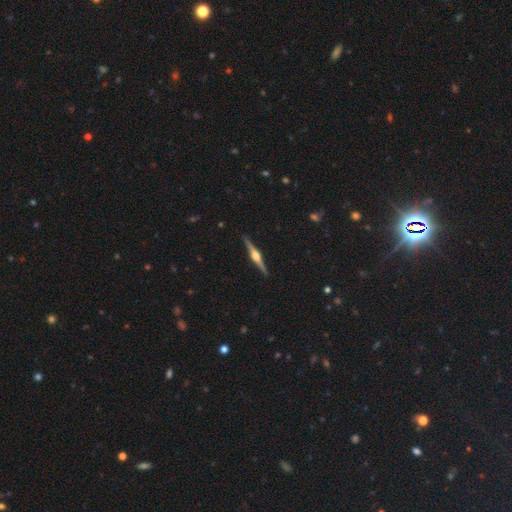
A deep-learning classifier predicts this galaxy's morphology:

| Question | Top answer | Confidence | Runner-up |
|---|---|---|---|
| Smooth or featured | featured or disk | 85% | smooth (10%) |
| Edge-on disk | yes | 99% | no (1%) |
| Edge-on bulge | rounded | 95% | boxy (3%) |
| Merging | none | 92% | minor disturbance (6%) |